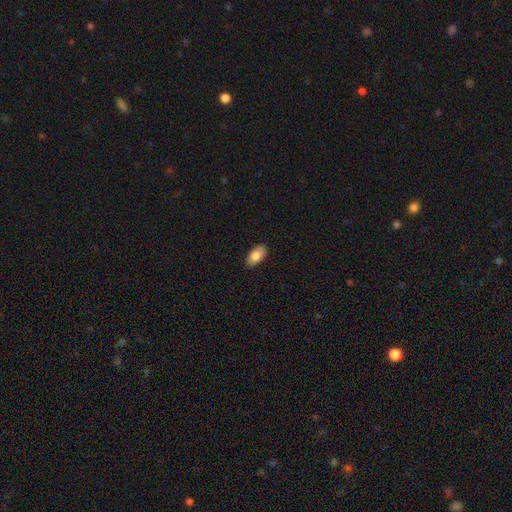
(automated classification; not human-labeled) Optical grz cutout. It shows a smooth galaxy with no disk features (84%) that is in between round and cigar-shaped (94%). Merging: none (87%).